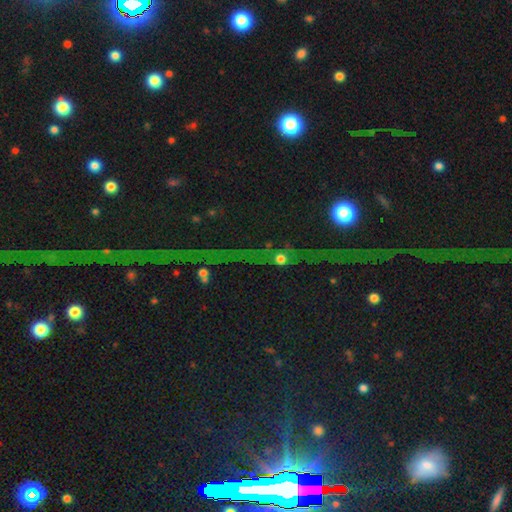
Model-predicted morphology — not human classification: smooth_or_featured: star or artifact (p=0.78) [alt: featured or disk p=0.12]